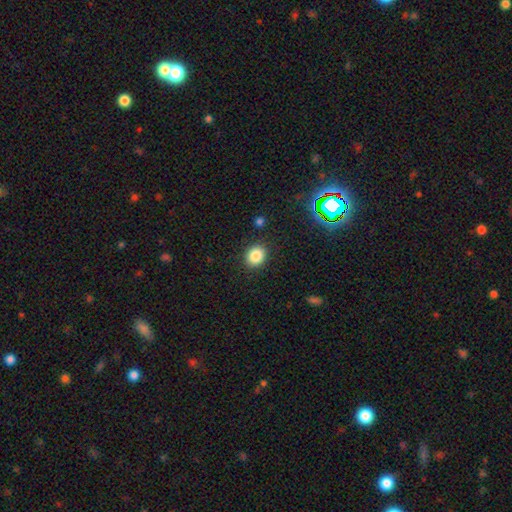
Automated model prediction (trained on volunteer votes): This is clearly a smooth galaxy (85%). How rounded: likely round (64%). Merging: clearly none (87%).